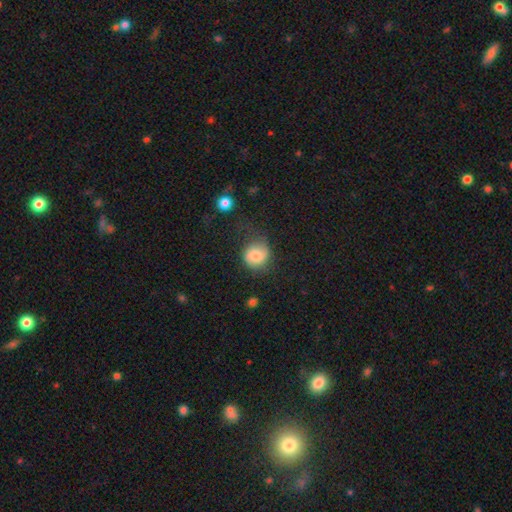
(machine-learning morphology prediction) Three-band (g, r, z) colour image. It shows a smooth galaxy with no disk features (69%) that is round (80%). Merging: none (53%).